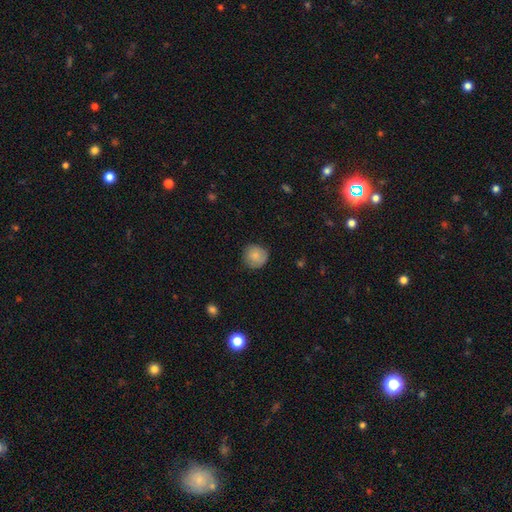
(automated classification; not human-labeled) smooth 83%, featured or disk 10%, star or artifact 7%. Down the decision tree: how rounded — round (93%); merging — none (82%).